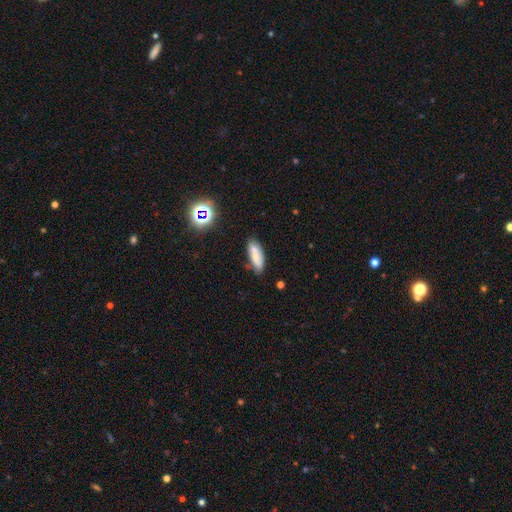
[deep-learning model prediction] A smooth galaxy with no disk features (66%) that is in between round and cigar-shaped (66%).

Vote fractions:
- Smooth or featured? smooth: 66% / featured or disk: 23% / star or artifact: 11%
- How rounded? in between: 66% / cigar-shaped: 31% / round: 3%
- Merging? none: 64% / minor disturbance: 20% / merger: 11% / major disturbance: 5%